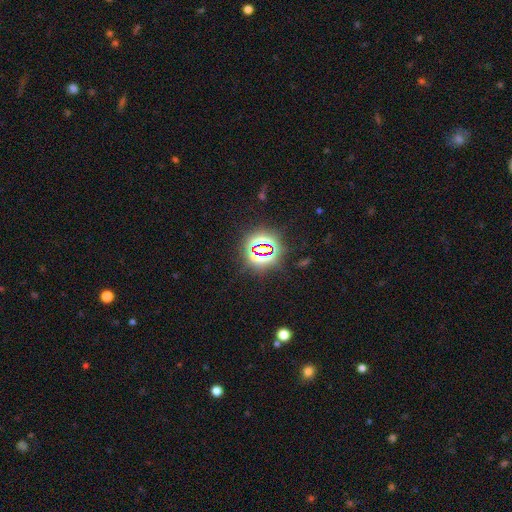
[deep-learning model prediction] Morphology: type=star or artifact (78%).